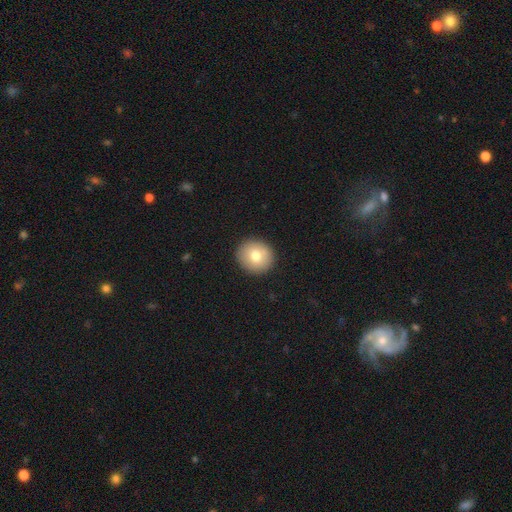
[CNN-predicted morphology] Overall: smooth (74%). How rounded: round (83%). Merging: none (90%).